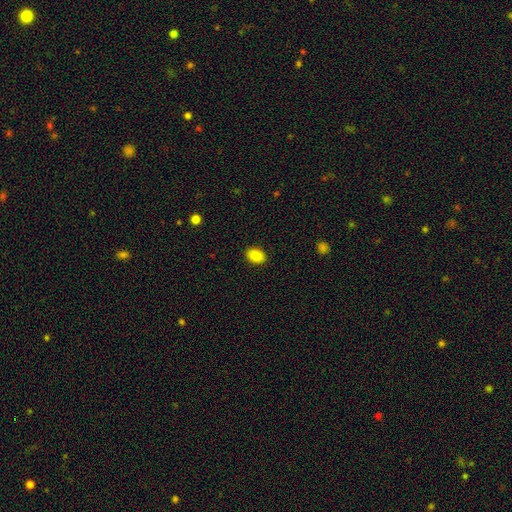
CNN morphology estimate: smooth 88%, star or artifact 8%, featured or disk 3%. Down the decision tree: how rounded — in between (79%); merging — none (89%).